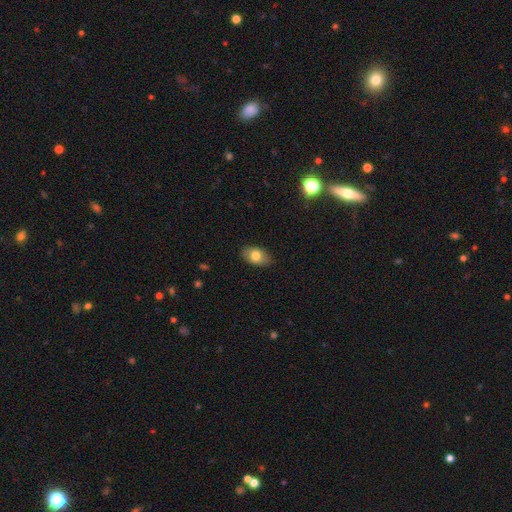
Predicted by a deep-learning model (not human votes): smooth-or-featured: smooth: 75% | featured or disk: 17% | star or artifact: 8%
  how-rounded: in between: 88% | round: 10% | cigar-shaped: 1%
  merging: none: 85% | minor disturbance: 12% | major disturbance: 2% | merger: 1%